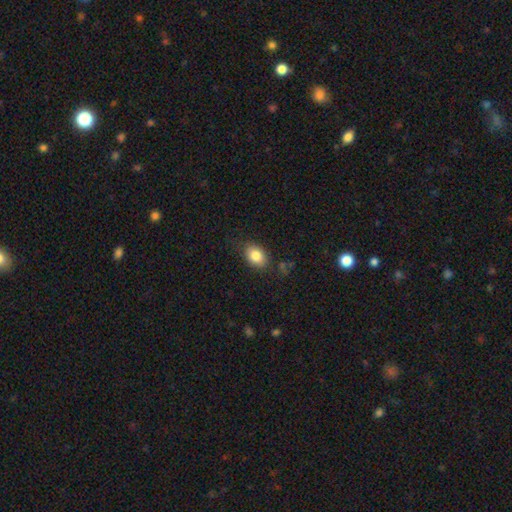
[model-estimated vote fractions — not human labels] Morphology: type=smooth (83%); roundness=in between (77%); merging=none (78%).